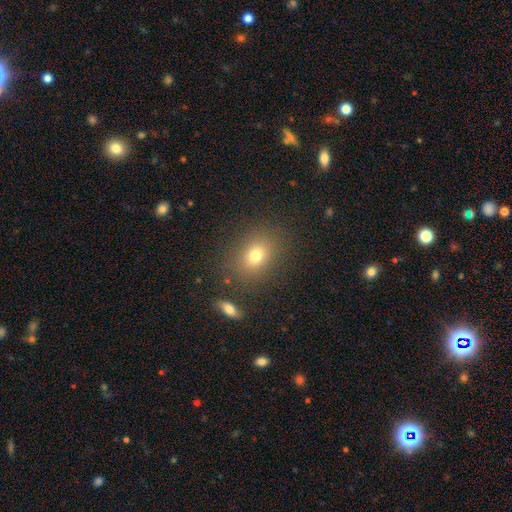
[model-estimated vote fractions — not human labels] smooth 75%, star or artifact 14%, featured or disk 11%. Down the decision tree: how rounded — in between (57%); merging — none (82%).